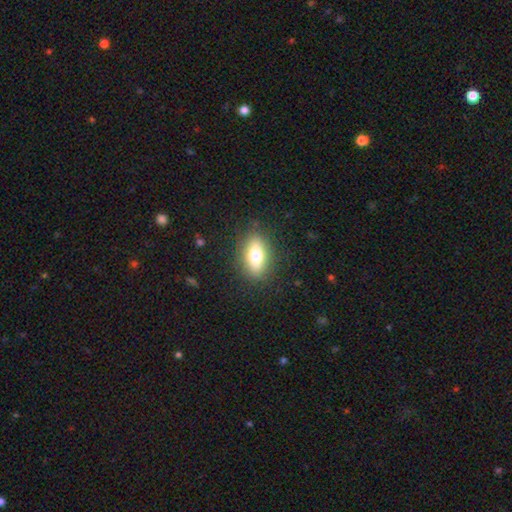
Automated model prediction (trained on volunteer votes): Smooth or featured?
  - smooth: 66% *
  - featured or disk: 26%
  - star or artifact: 8%
How rounded?
  - in between: 76% *
  - cigar-shaped: 16%
  - round: 8%
Merging?
  - none: 85% *
  - minor disturbance: 10%
  - major disturbance: 4%
  - merger: 1%